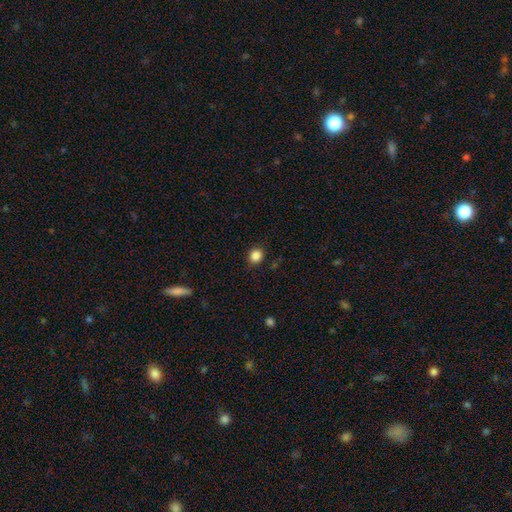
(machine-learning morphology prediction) smooth-or-featured: smooth: 86% | star or artifact: 11% | featured or disk: 4%
  how-rounded: round: 81% | in between: 18% | cigar-shaped: 1%
  merging: none: 88% | minor disturbance: 8% | major disturbance: 2% | merger: 1%